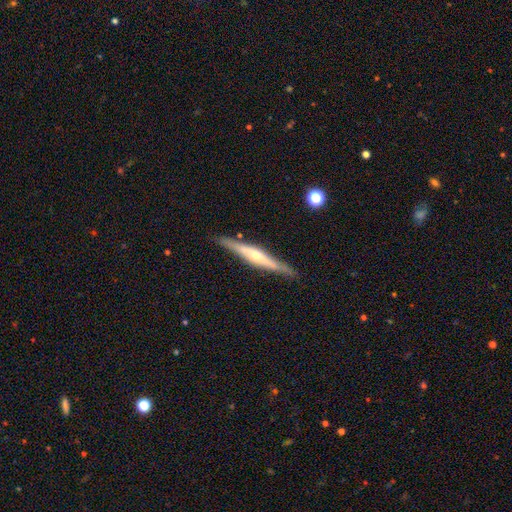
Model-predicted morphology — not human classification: A featured or disk galaxy (71%) viewed edge-on (96%) with a rounded central bulge (77%).

Vote fractions:
- Smooth or featured? featured or disk: 71% / smooth: 24% / star or artifact: 5%
- Edge-on disk? yes: 96% / no: 4%
- Edge-on bulge? rounded: 77% / none: 14% / boxy: 10%
- Merging? none: 88% / minor disturbance: 9% / major disturbance: 2% / merger: 1%